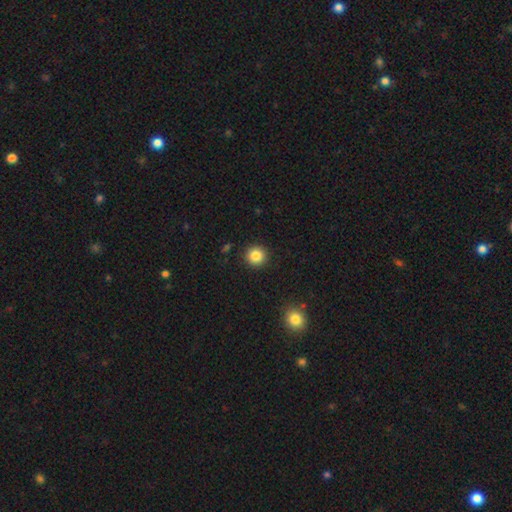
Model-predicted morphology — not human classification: Smooth or featured: smooth — 85% (star or artifact — 10%)
How rounded: round — 95% (in between — 4%)
Merging: none — 92% (minor disturbance — 5%)